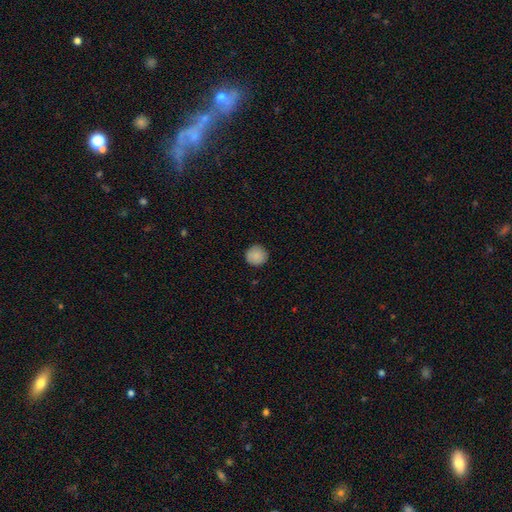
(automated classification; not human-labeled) Smooth or featured? Predicted: smooth (p=0.88). How rounded? Predicted: round (p=0.94). Merging? Predicted: none (p=0.90).